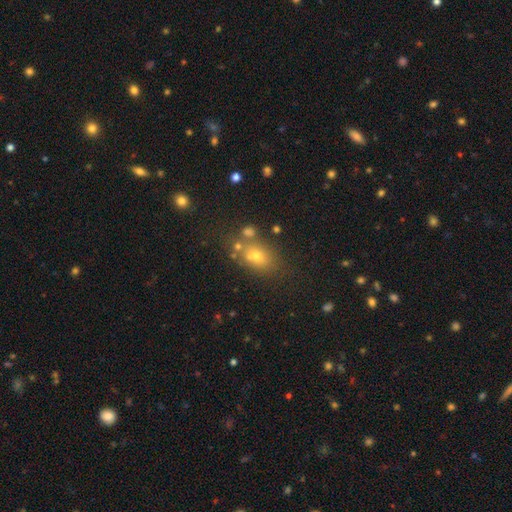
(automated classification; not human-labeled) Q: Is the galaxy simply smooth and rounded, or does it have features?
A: smooth — 67%.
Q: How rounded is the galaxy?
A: in between — 66%.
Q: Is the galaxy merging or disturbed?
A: none — 65%.